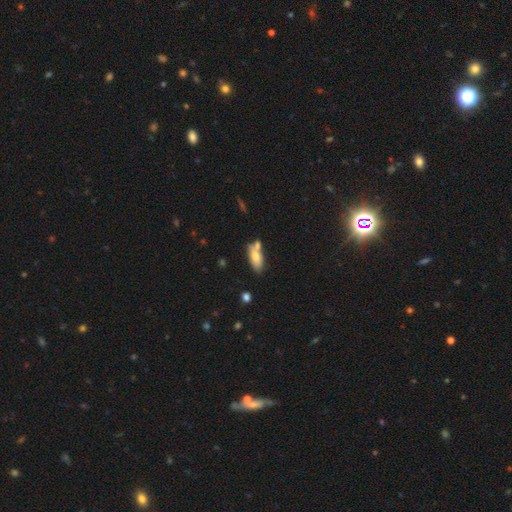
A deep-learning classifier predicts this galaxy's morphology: Smooth or featured? smooth (72%)
How rounded? in between (79%)
Merging? none (54%)